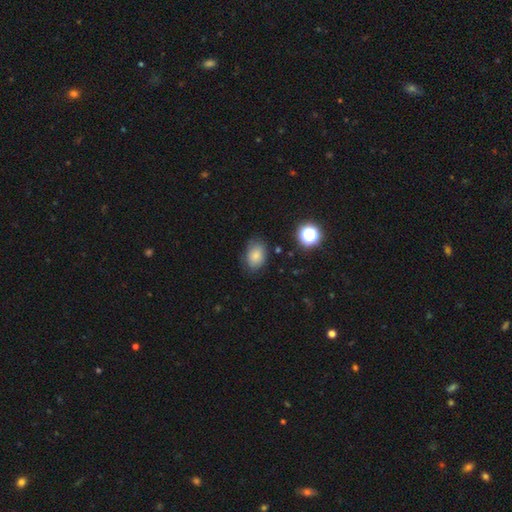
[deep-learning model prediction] A smooth galaxy with no disk features (80%) that is in between round and cigar-shaped (77%). Merging: none (76%).